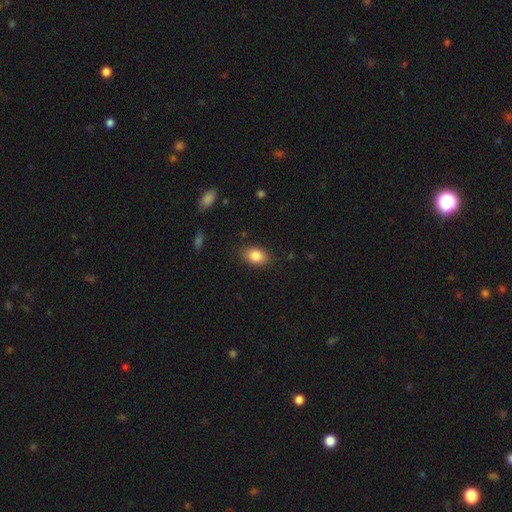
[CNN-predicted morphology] A smooth galaxy with no disk features (85%) that is in between round and cigar-shaped (81%).

Vote fractions:
- Smooth or featured? smooth: 85% / star or artifact: 8% / featured or disk: 6%
- How rounded? in between: 81% / round: 17% / cigar-shaped: 1%
- Merging? none: 84% / minor disturbance: 11% / major disturbance: 3% / merger: 1%